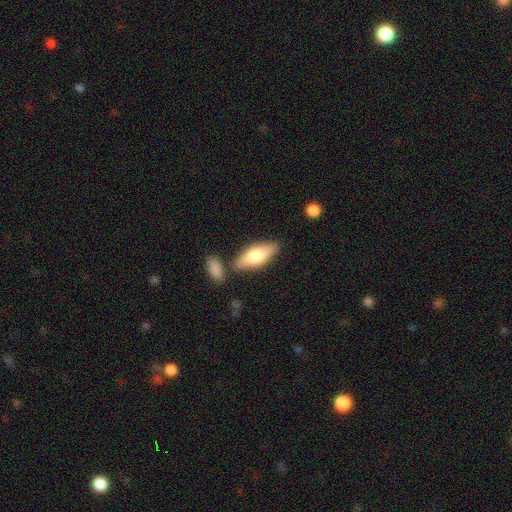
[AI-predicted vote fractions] smooth_or_featured: smooth (p=0.71) [alt: featured or disk p=0.24]
how_rounded: in between (p=0.73) [alt: cigar-shaped p=0.24]
merging: none (p=0.73) [alt: minor disturbance p=0.13]